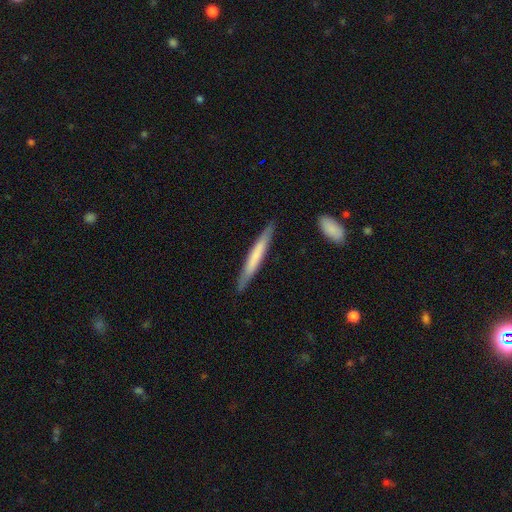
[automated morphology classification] This is possibly a smooth galaxy (59%). How rounded: clearly cigar-shaped (96%). Merging: clearly none (87%).